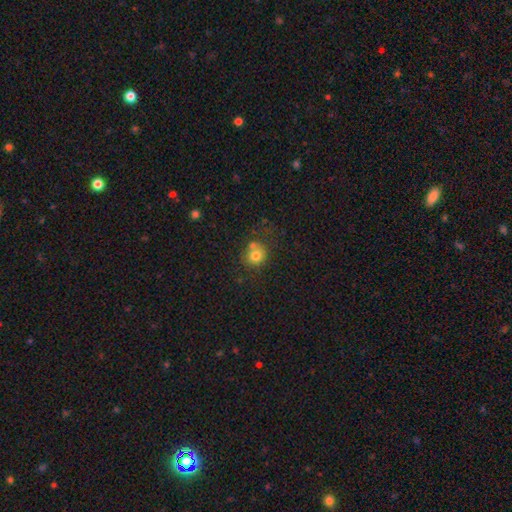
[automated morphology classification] This is likely a smooth galaxy (75%). How rounded: clearly round (86%). Merging: possibly none (57%).